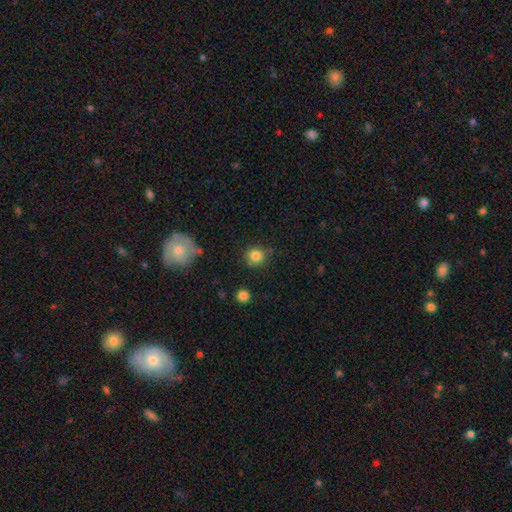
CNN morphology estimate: This appears to be a smooth galaxy with no disk features (83%) that is round (90%). Merging: none (82%).